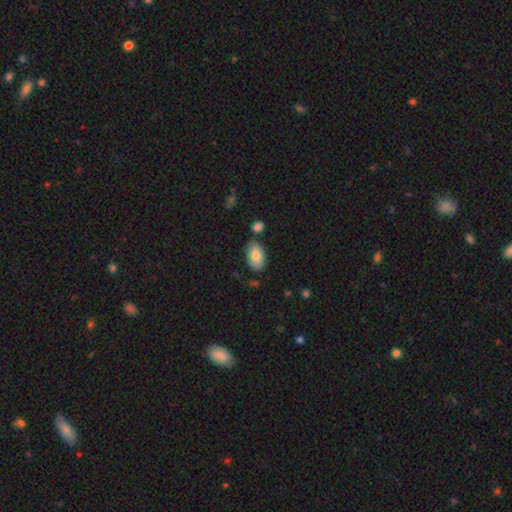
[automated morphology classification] A smooth galaxy with no disk features (83%) that is in between round and cigar-shaped (93%). Merging: none (76%).